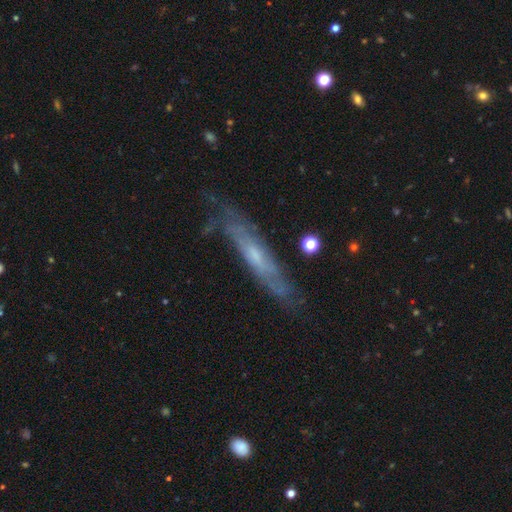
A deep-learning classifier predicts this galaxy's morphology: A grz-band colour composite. It shows a featured or disk galaxy (71%) viewed edge-on (54%). Merging: none (70%).